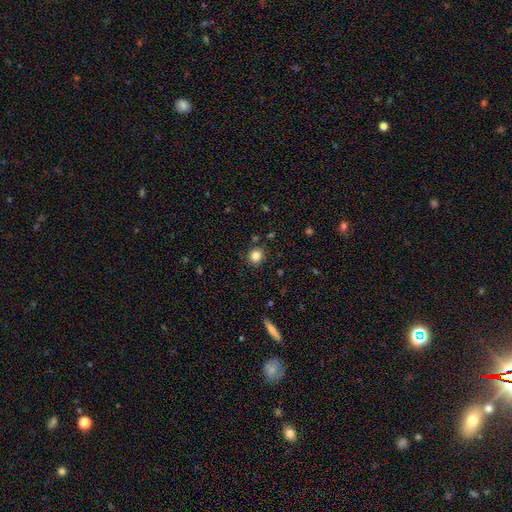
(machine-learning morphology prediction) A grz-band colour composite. It shows a smooth galaxy with no disk features (84%) that is round (90%). Merging: none (87%).